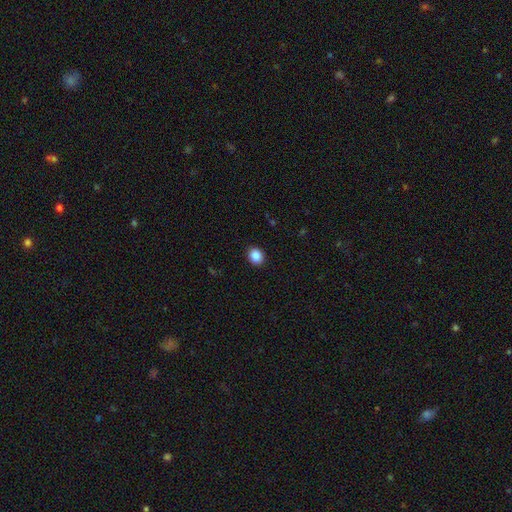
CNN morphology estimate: A smooth galaxy with no disk features (88%) that is round (63%). Merging: none (91%).